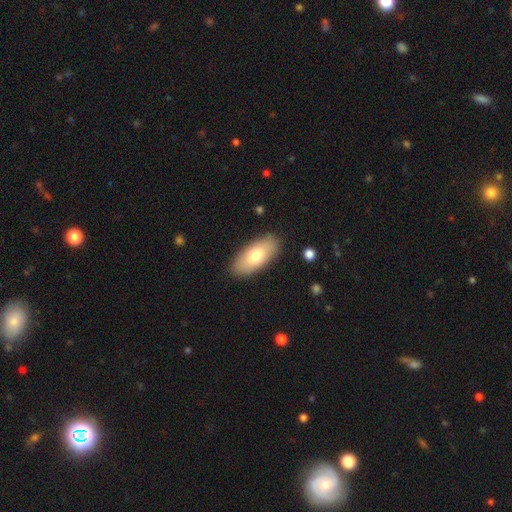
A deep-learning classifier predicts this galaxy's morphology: Q: Smooth or featured?
A: smooth (73%); runner-up: featured or disk (21%)
Q: How rounded?
A: in between (88%); runner-up: cigar-shaped (9%)
Q: Merging?
A: none (87%); runner-up: minor disturbance (9%)